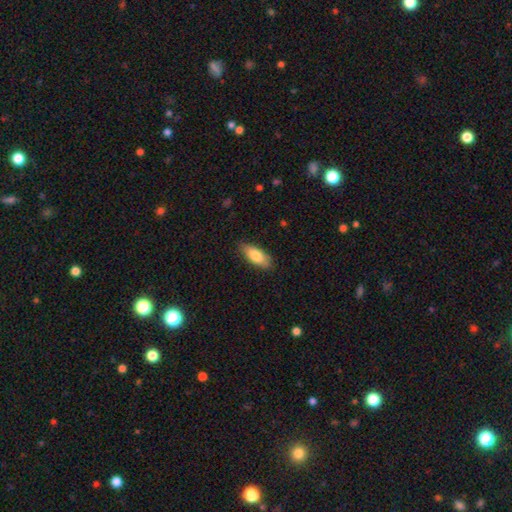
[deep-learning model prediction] This is likely a smooth galaxy (79%). How rounded: likely in between (73%). Merging: clearly none (85%).